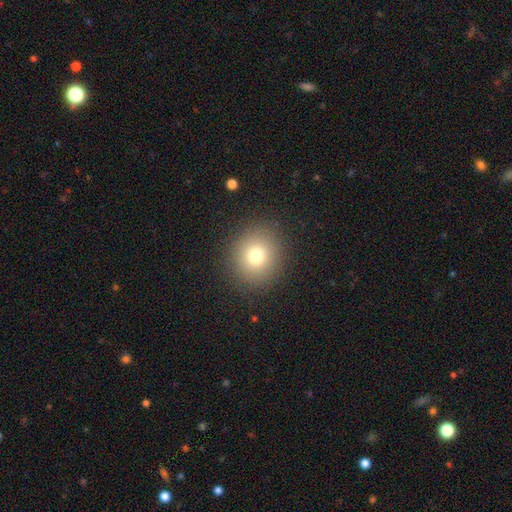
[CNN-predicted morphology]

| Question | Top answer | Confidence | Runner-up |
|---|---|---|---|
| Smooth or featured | smooth | 75% | star or artifact (15%) |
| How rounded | round | 86% | in between (13%) |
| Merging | none | 89% | minor disturbance (7%) |